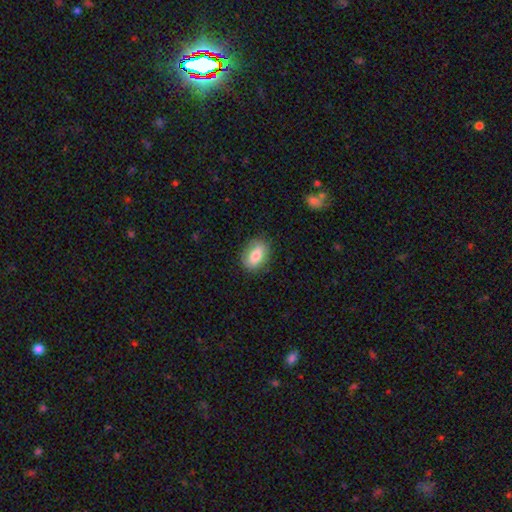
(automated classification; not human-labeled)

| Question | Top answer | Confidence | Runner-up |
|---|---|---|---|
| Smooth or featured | smooth | 76% | featured or disk (17%) |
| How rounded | in between | 79% | round (18%) |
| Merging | none | 82% | minor disturbance (14%) |